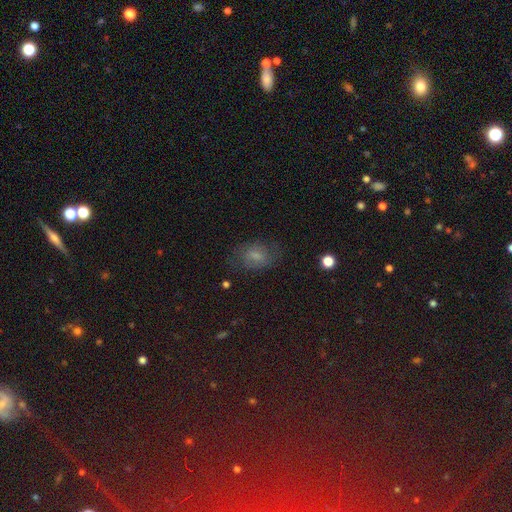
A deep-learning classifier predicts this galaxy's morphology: Smooth or featured: smooth — 55% (featured or disk — 30%)
How rounded: in between — 77% (round — 21%)
Merging: none — 67% (minor disturbance — 21%)